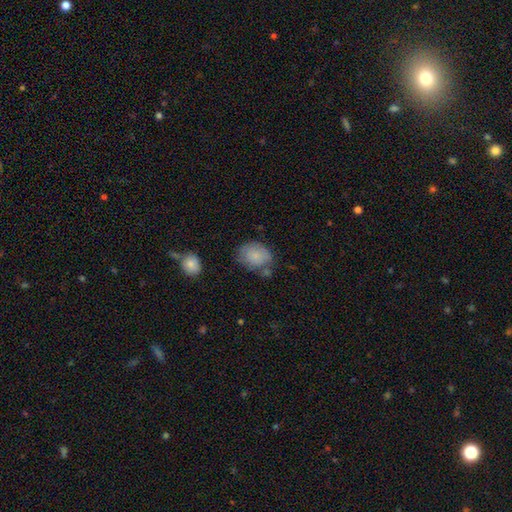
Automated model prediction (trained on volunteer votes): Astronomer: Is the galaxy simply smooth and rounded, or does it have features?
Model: smooth — 82%.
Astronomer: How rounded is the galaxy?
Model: in between — 63%.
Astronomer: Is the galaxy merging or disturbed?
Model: none — 58%.